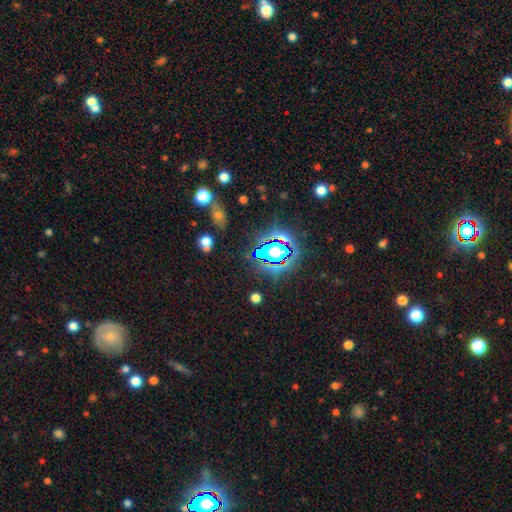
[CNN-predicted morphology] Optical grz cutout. It shows a star or artifact, not a galaxy (75%).